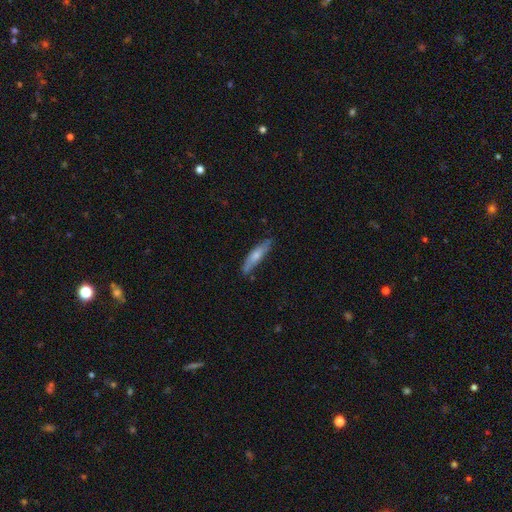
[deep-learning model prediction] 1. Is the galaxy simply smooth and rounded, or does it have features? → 62% smooth, 32% featured or disk, 6% star or artifact.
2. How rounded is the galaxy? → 77% cigar-shaped, 21% in between, 2% round.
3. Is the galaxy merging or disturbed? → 75% none, 18% minor disturbance, 3% merger, 3% major disturbance.